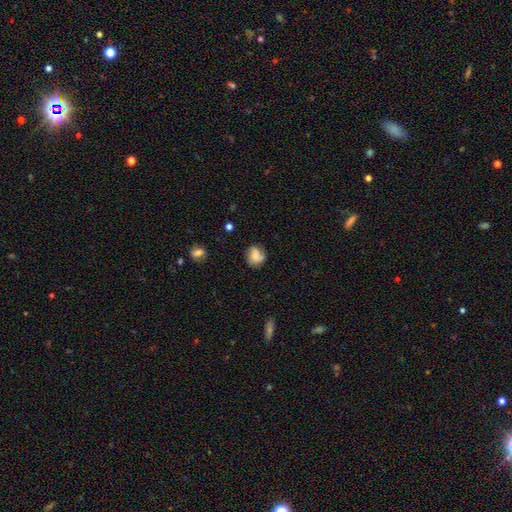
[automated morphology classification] This appears to be a smooth galaxy with no disk features (68%) that is round (61%). Merging: none (60%).